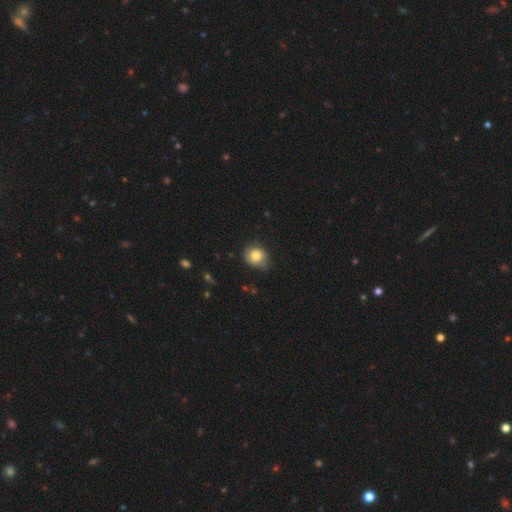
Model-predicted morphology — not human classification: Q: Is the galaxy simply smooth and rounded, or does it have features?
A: smooth — 73%.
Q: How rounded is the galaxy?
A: round — 67%.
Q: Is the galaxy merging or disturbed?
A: none — 60%.